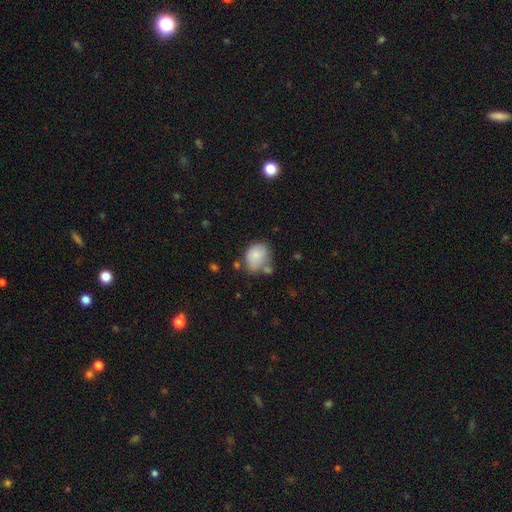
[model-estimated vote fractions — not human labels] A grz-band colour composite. It shows a smooth galaxy with no disk features (79%) that is in between round and cigar-shaped (66%). Merging: none (46%).